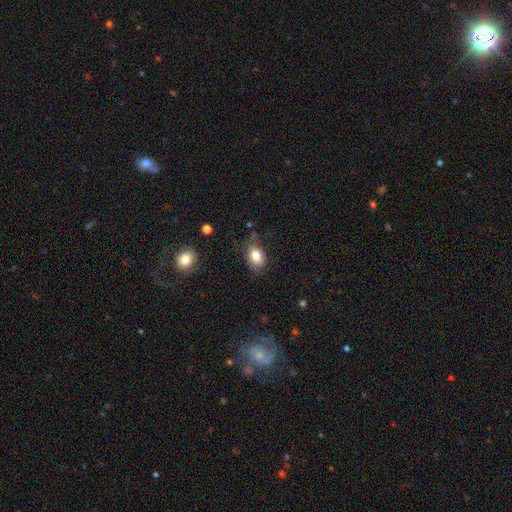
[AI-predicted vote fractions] Smooth or featured? Predicted: smooth (p=0.83). How rounded? Predicted: in between (p=0.80). Merging? Predicted: none (p=0.67).